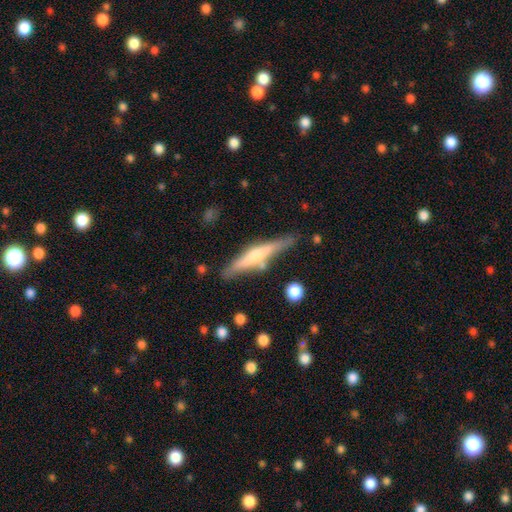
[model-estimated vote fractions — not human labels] Smooth or featured: featured or disk — 64% (smooth — 30%)
Edge-on disk: yes — 96% (no — 4%)
Edge-on bulge: rounded — 83% (none — 9%)
Merging: none — 77% (minor disturbance — 14%)